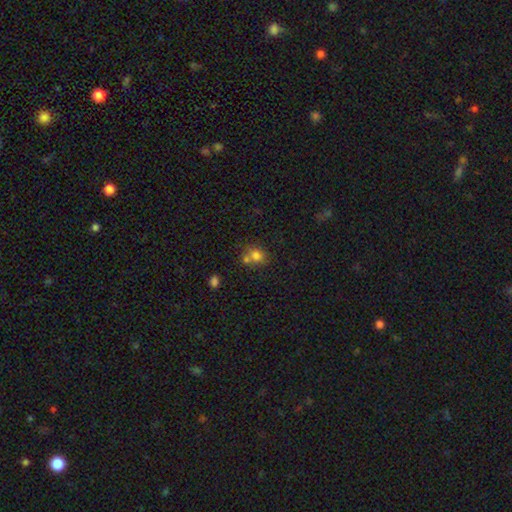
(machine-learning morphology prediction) Smooth or featured? smooth (77%)
How rounded? round (65%)
Merging? none (49%)